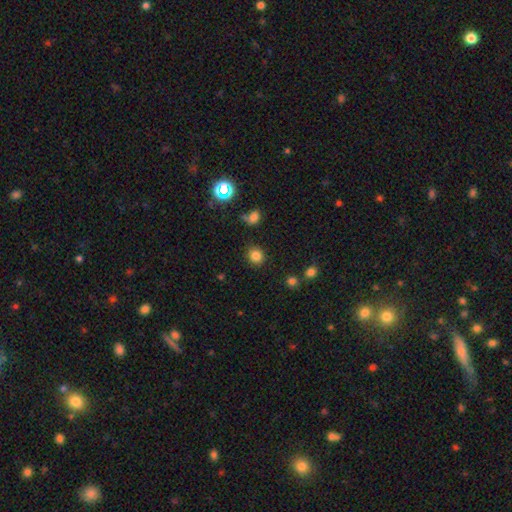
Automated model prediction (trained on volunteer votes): Smooth or featured?
  - smooth: 81% *
  - star or artifact: 14%
  - featured or disk: 5%
How rounded?
  - round: 83% *
  - in between: 16%
  - cigar-shaped: 1%
Merging?
  - none: 86% *
  - minor disturbance: 8%
  - merger: 3%
  - major disturbance: 3%